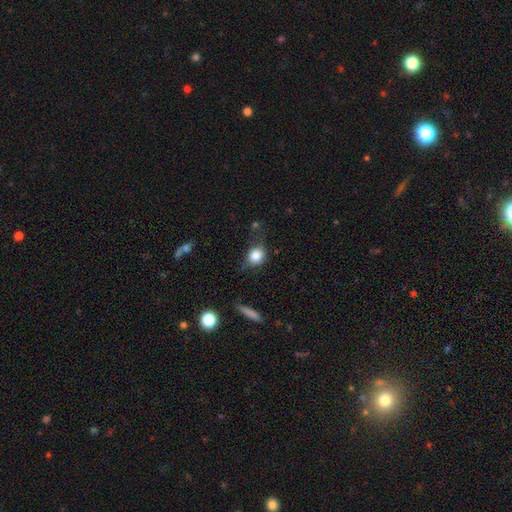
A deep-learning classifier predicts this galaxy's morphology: The model was most divided on "merging": none: 58%, minor disturbance: 28%, major disturbance: 10%, merger: 4%. More confident: smooth or featured — smooth (82%); how rounded — round (64%).